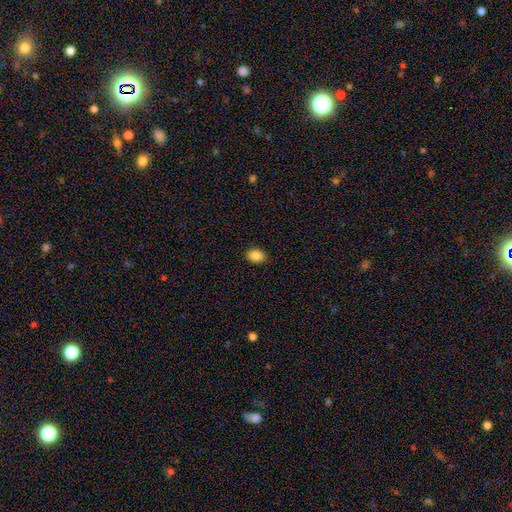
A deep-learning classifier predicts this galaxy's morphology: Overall: smooth (86%). How rounded: in between (72%). Merging: none (88%).